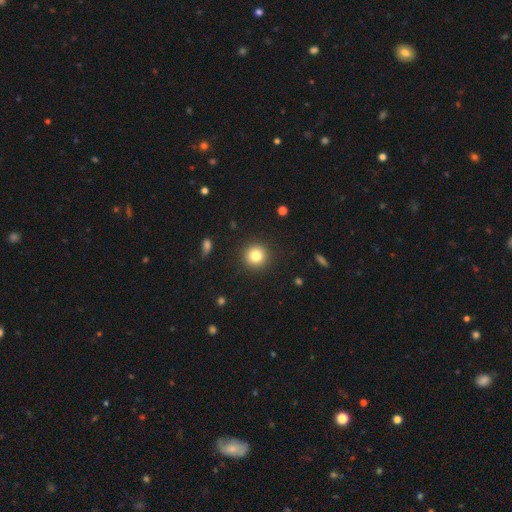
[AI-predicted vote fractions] Smooth or featured: smooth — 82% (star or artifact — 11%)
How rounded: round — 94% (in between — 5%)
Merging: none — 91% (minor disturbance — 6%)